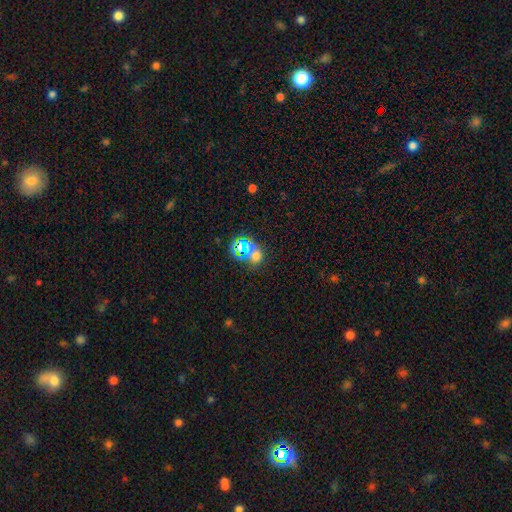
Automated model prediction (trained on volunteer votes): Q: Smooth or featured?
A: star or artifact (48%); runner-up: smooth (41%)